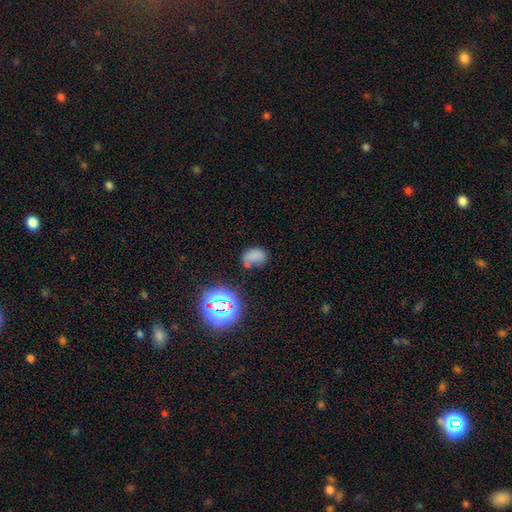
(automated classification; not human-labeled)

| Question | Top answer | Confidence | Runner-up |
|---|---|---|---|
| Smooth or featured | smooth | 66% | star or artifact (23%) |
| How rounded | in between | 72% | round (26%) |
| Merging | none | 52% | minor disturbance (26%) |